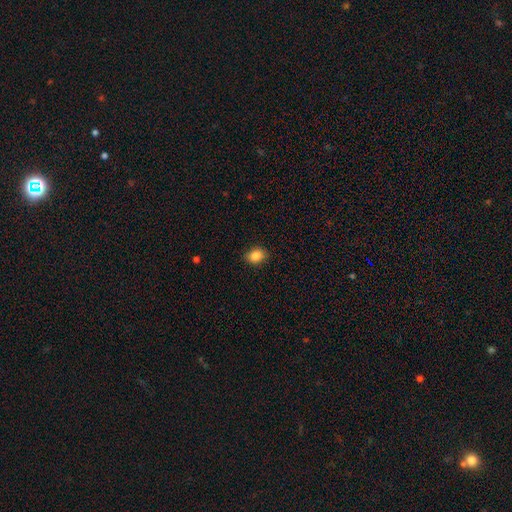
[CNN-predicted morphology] Smooth or featured? smooth (86%)
How rounded? in between (62%)
Merging? none (88%)